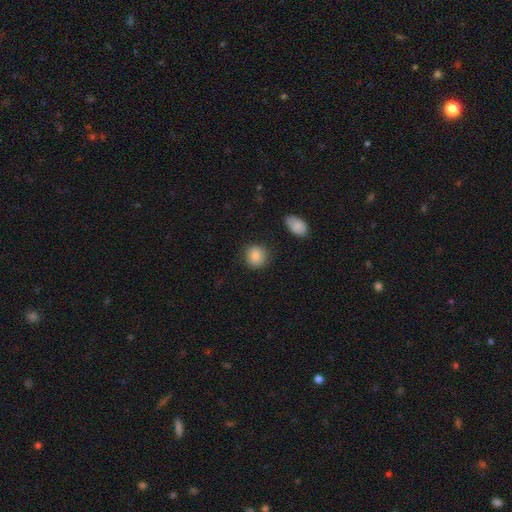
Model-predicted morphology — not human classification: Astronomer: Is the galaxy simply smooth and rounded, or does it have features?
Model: smooth — 85%.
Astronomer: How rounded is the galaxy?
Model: round — 82%.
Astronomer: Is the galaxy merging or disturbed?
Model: none — 83%.